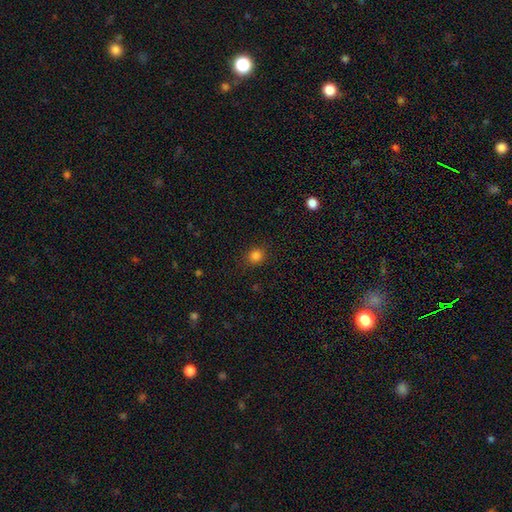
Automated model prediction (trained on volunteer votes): Q: Smooth or featured?
A: smooth (83%); runner-up: star or artifact (13%)
Q: How rounded?
A: round (84%); runner-up: in between (15%)
Q: Merging?
A: none (89%); runner-up: minor disturbance (8%)